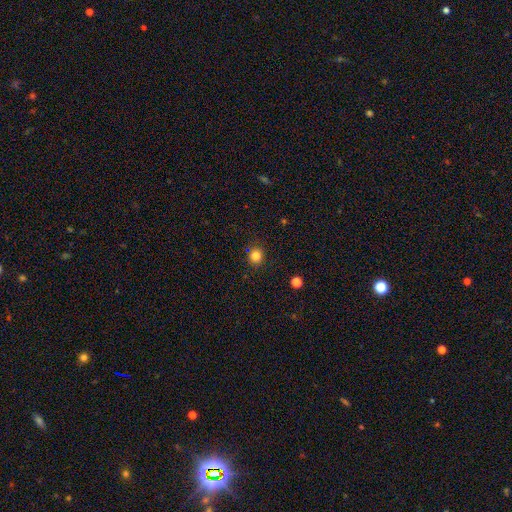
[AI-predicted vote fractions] Q: Smooth or featured?
A: smooth (83%); runner-up: star or artifact (12%)
Q: How rounded?
A: round (84%); runner-up: in between (15%)
Q: Merging?
A: none (89%); runner-up: minor disturbance (7%)